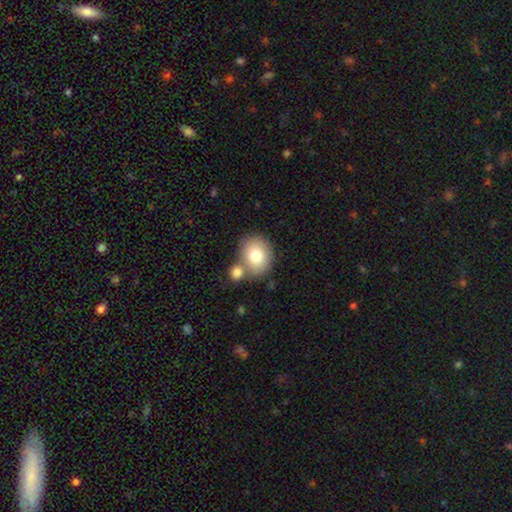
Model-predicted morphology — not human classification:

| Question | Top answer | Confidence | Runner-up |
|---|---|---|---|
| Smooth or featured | smooth | 77% | featured or disk (14%) |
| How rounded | round | 65% | in between (34%) |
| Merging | none | 57% | merger (28%) |